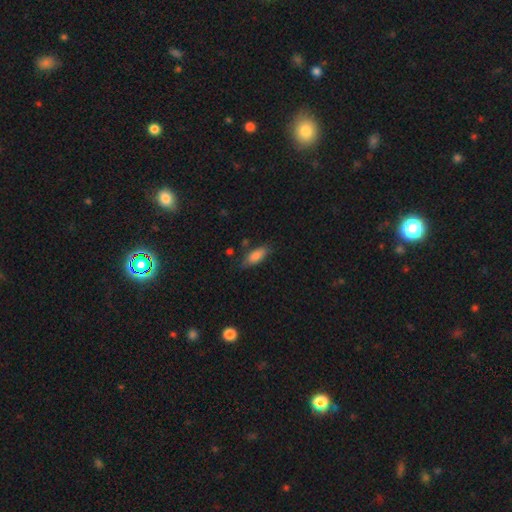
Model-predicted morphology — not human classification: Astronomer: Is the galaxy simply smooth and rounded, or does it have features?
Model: smooth — 84%.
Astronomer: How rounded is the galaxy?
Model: in between — 79%.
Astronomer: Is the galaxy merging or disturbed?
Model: none — 73%.